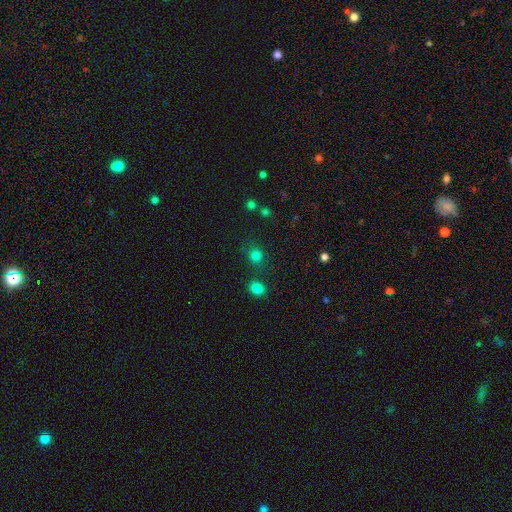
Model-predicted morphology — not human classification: This is likely a smooth galaxy (80%). How rounded: clearly round (86%). Merging: likely none (78%).